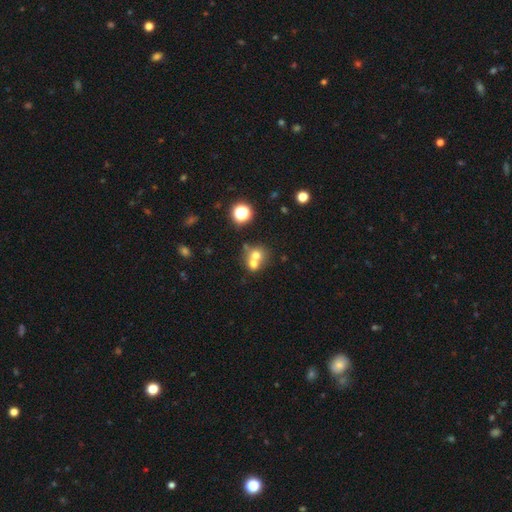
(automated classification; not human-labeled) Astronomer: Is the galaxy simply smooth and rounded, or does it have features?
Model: smooth — 64%.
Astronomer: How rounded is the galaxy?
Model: round — 77%.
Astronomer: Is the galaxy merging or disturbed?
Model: merger — 59%.